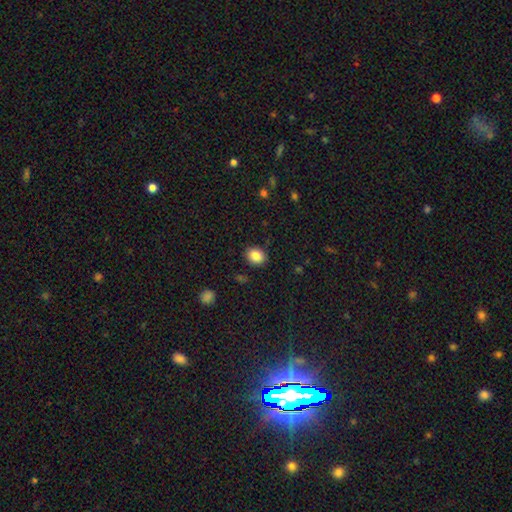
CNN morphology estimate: Smooth or featured? Predicted: smooth (p=0.85). How rounded? Predicted: round (p=0.55). Merging? Predicted: none (p=0.88).